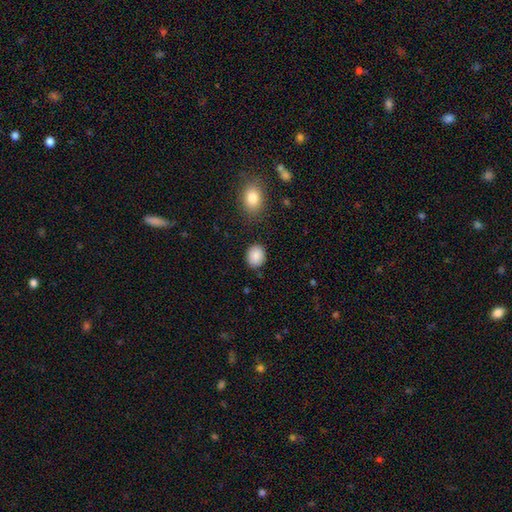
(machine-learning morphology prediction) This is clearly a smooth galaxy (89%). How rounded: possibly round (57%). Merging: clearly none (84%).